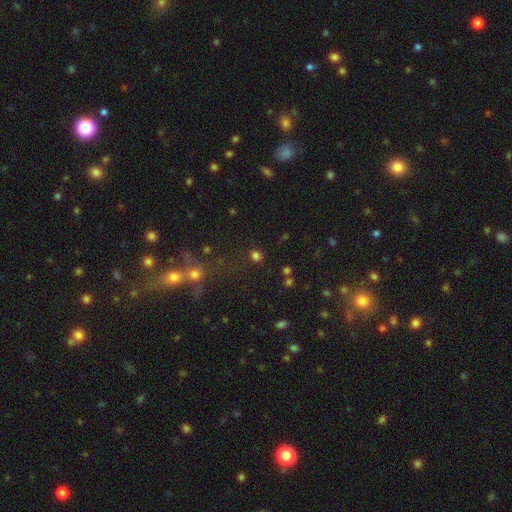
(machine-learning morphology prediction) This appears to be a smooth galaxy with no disk features (70%) that is round (84%). Merging: none (79%).